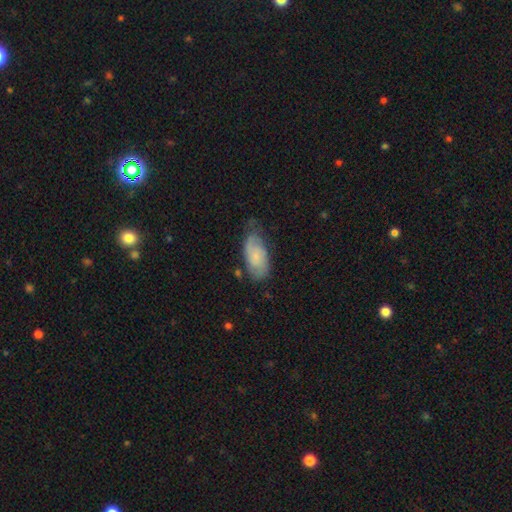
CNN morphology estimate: The model was most divided on "smooth or featured": smooth: 48%, featured or disk: 45%, star or artifact: 7%. More confident: merging — none (54%).